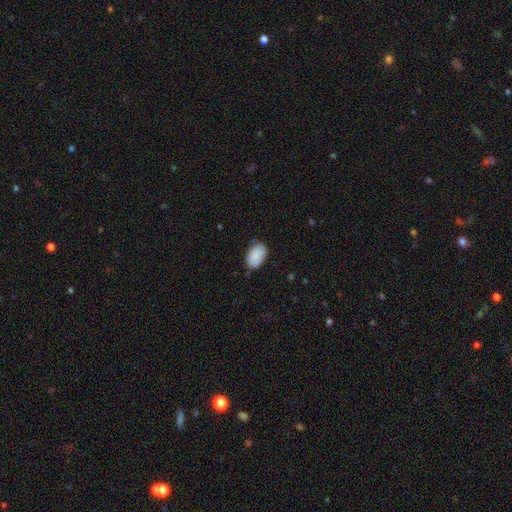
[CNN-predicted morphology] smooth 89%, star or artifact 6%, featured or disk 5%. Down the decision tree: how rounded — in between (90%); merging — none (75%).